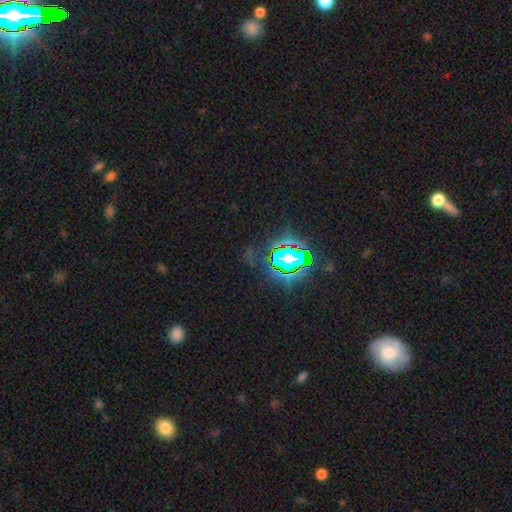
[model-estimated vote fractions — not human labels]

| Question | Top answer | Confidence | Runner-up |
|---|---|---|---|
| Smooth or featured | star or artifact | 80% | smooth (12%) |